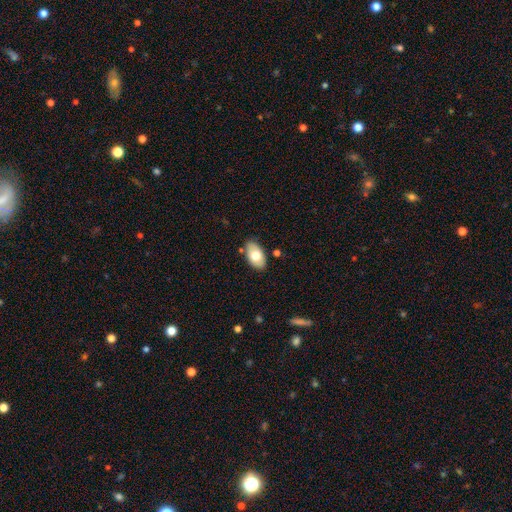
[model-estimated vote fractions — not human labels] The model was most divided on "smooth or featured": smooth: 71%, featured or disk: 22%, star or artifact: 7%. More confident: how rounded — in between (93%); merging — none (82%).